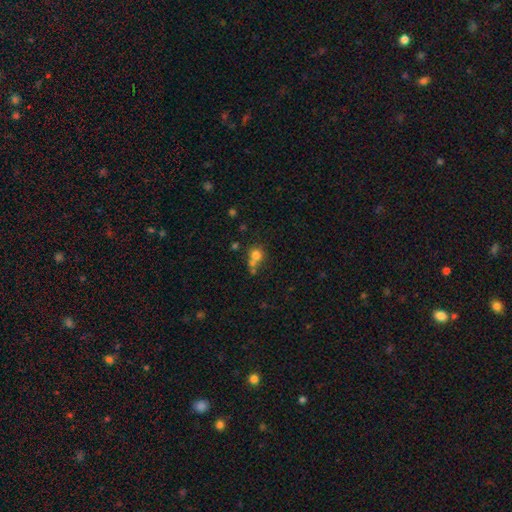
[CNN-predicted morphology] smooth-or-featured: smooth: 73% | star or artifact: 14% | featured or disk: 12%
  how-rounded: round: 82% | in between: 17% | cigar-shaped: 1%
  merging: merger: 42% (tied) | none: 42% (tied) | minor disturbance: 10% | major disturbance: 5%